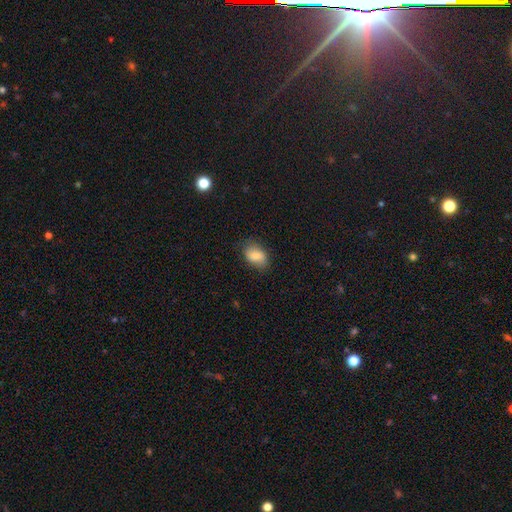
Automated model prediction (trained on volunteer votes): smooth-or-featured: smooth: 75% | featured or disk: 17% | star or artifact: 8%
  how-rounded: in between: 82% | round: 17% | cigar-shaped: 1%
  merging: none: 74% | minor disturbance: 20% | major disturbance: 5% | merger: 1%